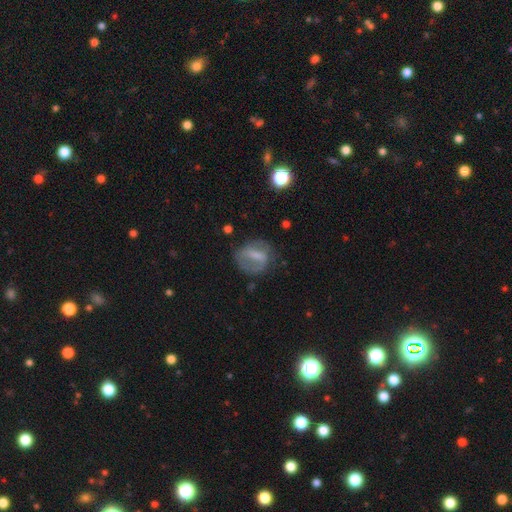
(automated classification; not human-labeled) smooth-or-featured: featured or disk: 52% | smooth: 38% | star or artifact: 9%
  disk-edge-on: no: 94% | yes: 6%
  merging: none: 60% | minor disturbance: 22% | major disturbance: 16% | merger: 2%